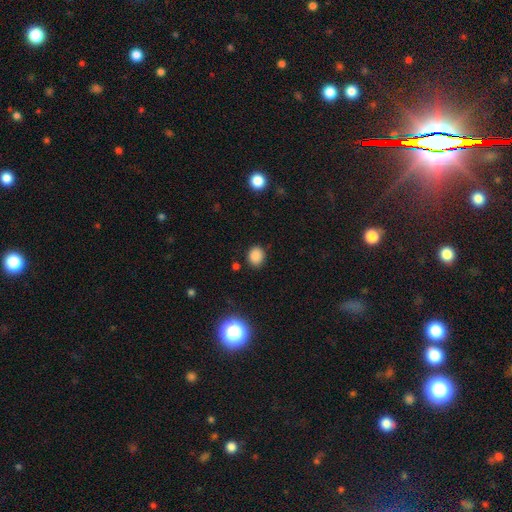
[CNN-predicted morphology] A smooth galaxy with no disk features (84%) that is round (62%). Merging: none (85%).